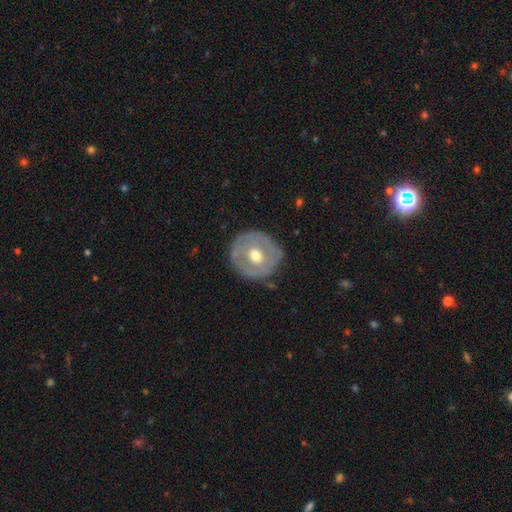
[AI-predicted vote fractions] Overall: featured or disk (54%; smooth 41%). Edge-on disk: no (94%). Bar: no (77%). Spiral arms: no (80%). Bulge size: moderate (79%). Merging: none (79%).